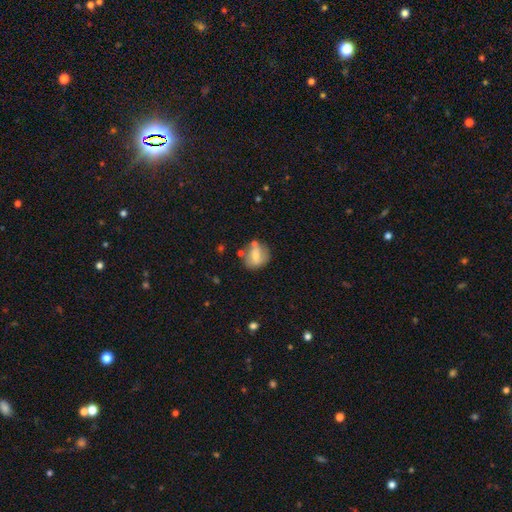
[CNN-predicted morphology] A smooth galaxy with no disk features (58%) that is round (60%).

Vote fractions:
- Smooth or featured? smooth: 58% / featured or disk: 33% / star or artifact: 9%
- How rounded? round: 60% / in between: 38% / cigar-shaped: 2%
- Merging? none: 58% / minor disturbance: 22% / merger: 12% / major disturbance: 8%